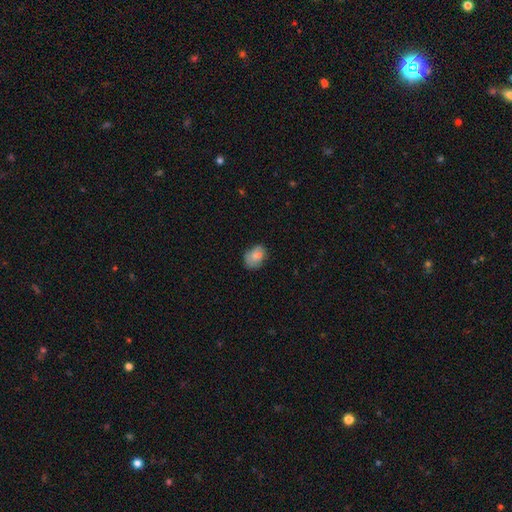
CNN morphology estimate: A smooth galaxy with no disk features (67%) that is in between round and cigar-shaped (73%). Merging: none (57%).